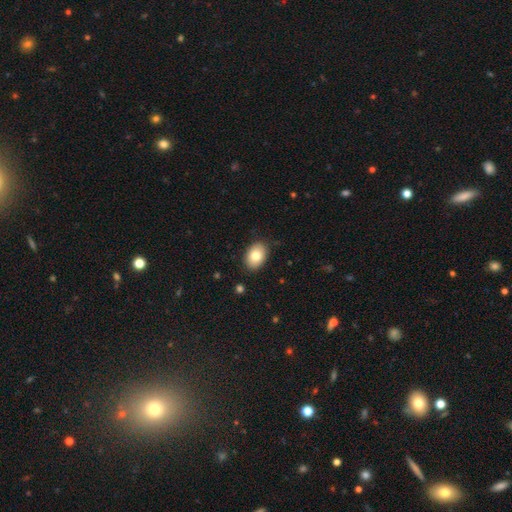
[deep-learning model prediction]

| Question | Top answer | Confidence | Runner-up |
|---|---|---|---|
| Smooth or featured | smooth | 81% | featured or disk (11%) |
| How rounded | in between | 83% | round (16%) |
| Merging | none | 87% | minor disturbance (10%) |